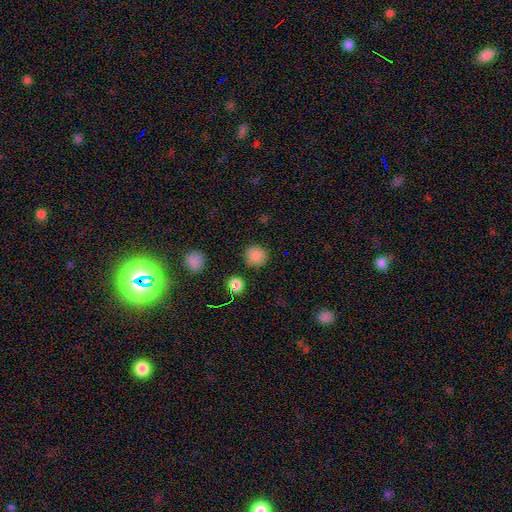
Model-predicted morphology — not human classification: Smooth or featured?
  - smooth: 84% *
  - star or artifact: 12%
  - featured or disk: 4%
How rounded?
  - round: 93% *
  - in between: 6%
  - cigar-shaped: 1%
Merging?
  - none: 88% *
  - minor disturbance: 7%
  - major disturbance: 2%
  - merger: 2%